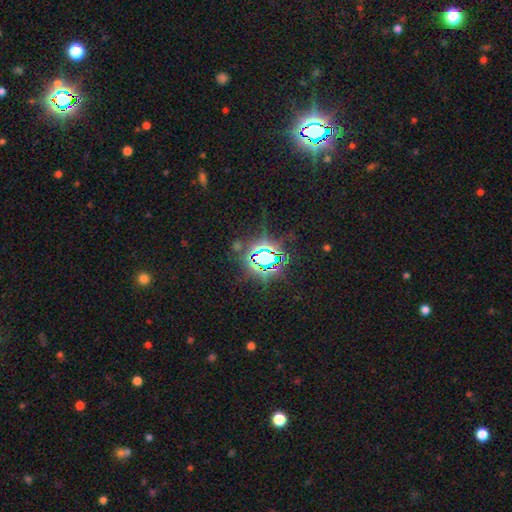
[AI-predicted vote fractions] Smooth or featured: star or artifact — 82% (smooth — 10%)